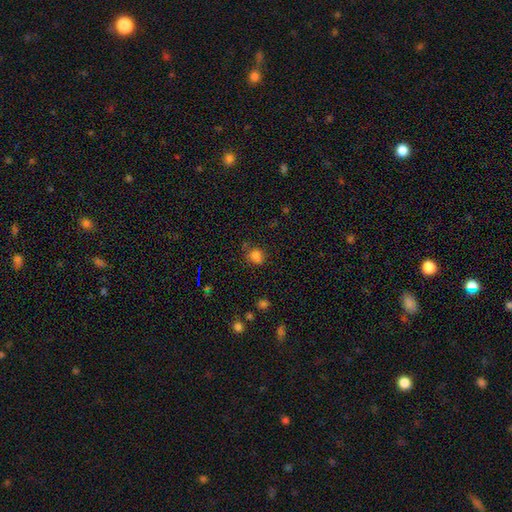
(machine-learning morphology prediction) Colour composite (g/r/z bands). It shows a smooth galaxy with no disk features (73%) that is round (55%). Merging: none (64%).